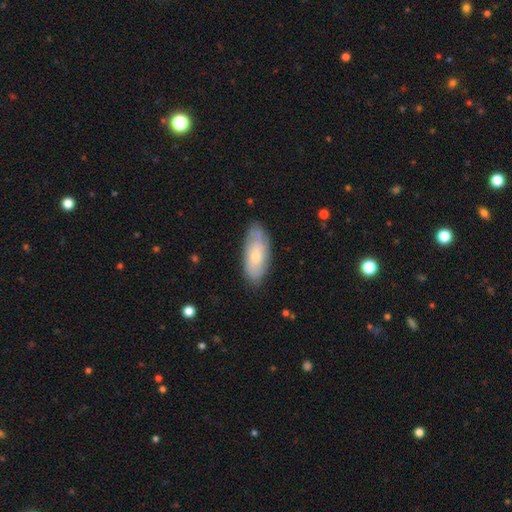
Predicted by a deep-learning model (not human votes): Smooth or featured?
  - smooth: 62% *
  - featured or disk: 32%
  - star or artifact: 6%
How rounded?
  - in between: 81% *
  - cigar-shaped: 17%
  - round: 2%
Merging?
  - none: 77% *
  - minor disturbance: 18%
  - major disturbance: 4%
  - merger: 1%